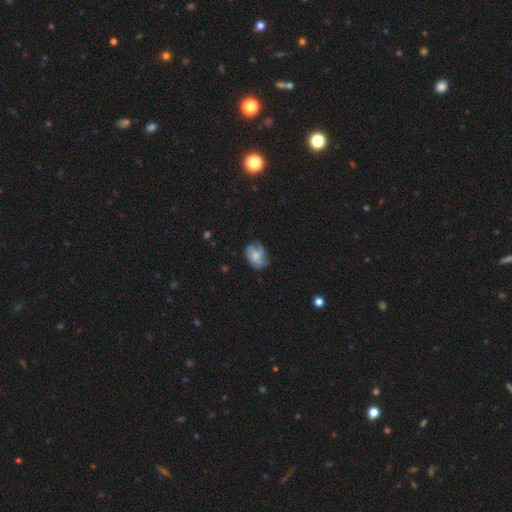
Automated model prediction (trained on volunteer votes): Q: Smooth or featured?
A: featured or disk (47%); runner-up: smooth (46%)
Q: Merging?
A: none (54%); runner-up: minor disturbance (30%)